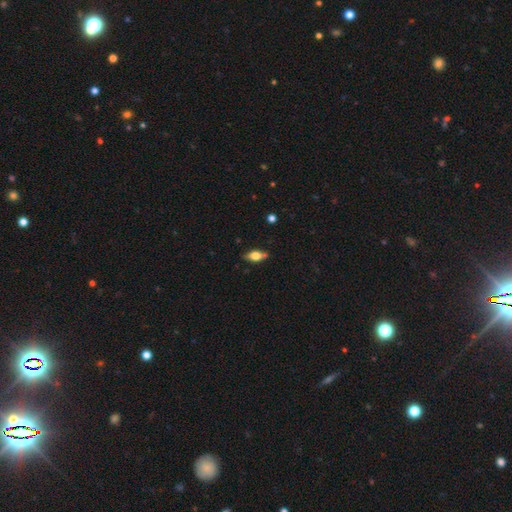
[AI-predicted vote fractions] The model was most divided on "smooth or featured": smooth: 53%, featured or disk: 39%, star or artifact: 8%. More confident: merging — none (80%); how rounded — in between (79%).